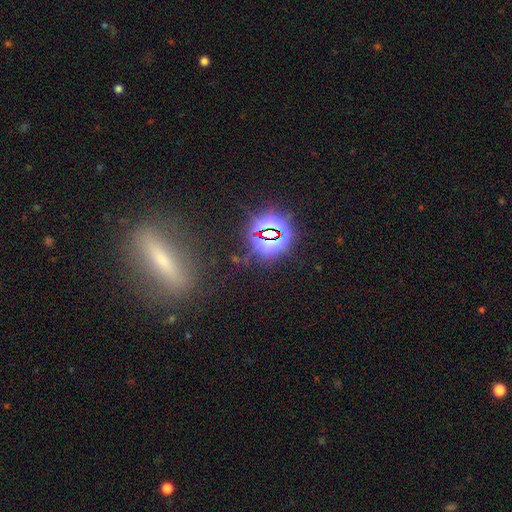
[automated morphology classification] A star or artifact, not a galaxy (48%).